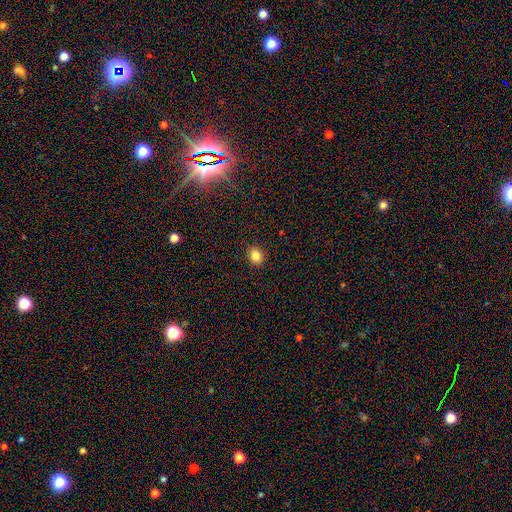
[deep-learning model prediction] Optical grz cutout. It shows a smooth galaxy with no disk features (84%) that is round (65%). Merging: none (90%).